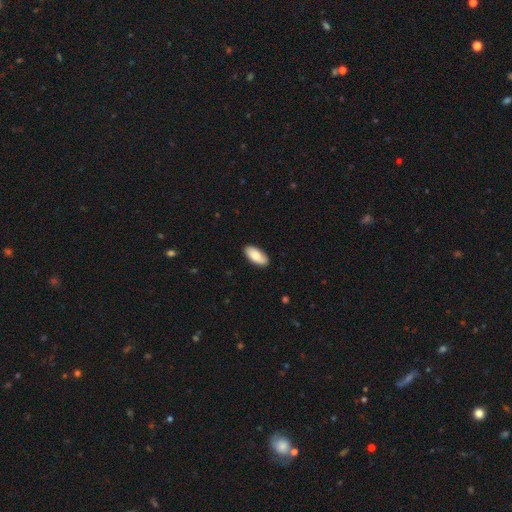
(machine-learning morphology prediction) A smooth galaxy with no disk features (80%) that is in between round and cigar-shaped (91%). Merging: none (88%).